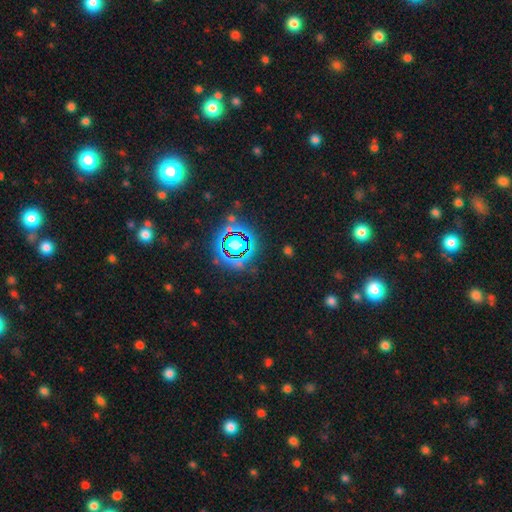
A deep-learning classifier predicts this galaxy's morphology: smooth-or-featured: star or artifact: 79% | smooth: 14% | featured or disk: 7%